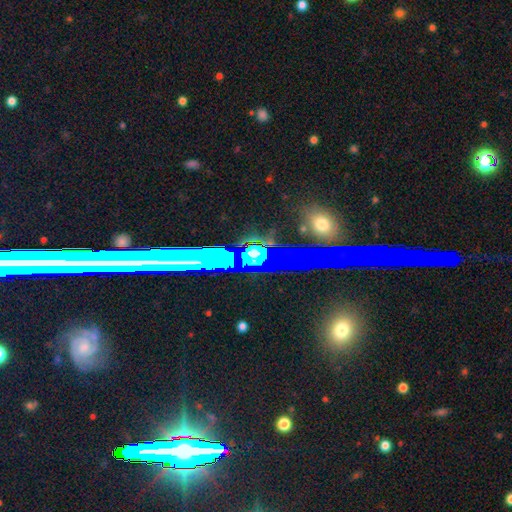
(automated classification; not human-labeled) Overall: star or artifact (56%; featured or disk 24%).